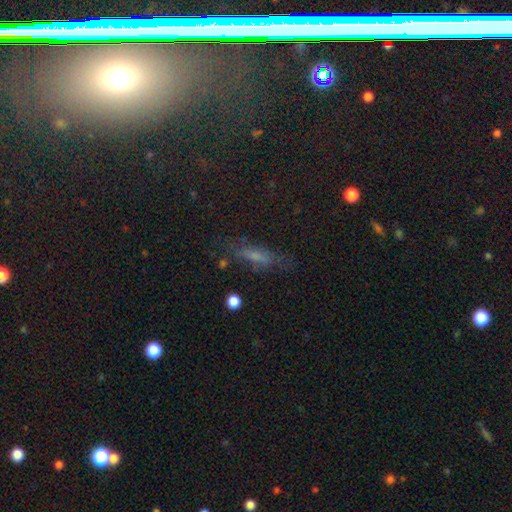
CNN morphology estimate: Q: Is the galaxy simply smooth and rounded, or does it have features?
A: smooth — 42%.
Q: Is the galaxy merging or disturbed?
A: none — 69%.